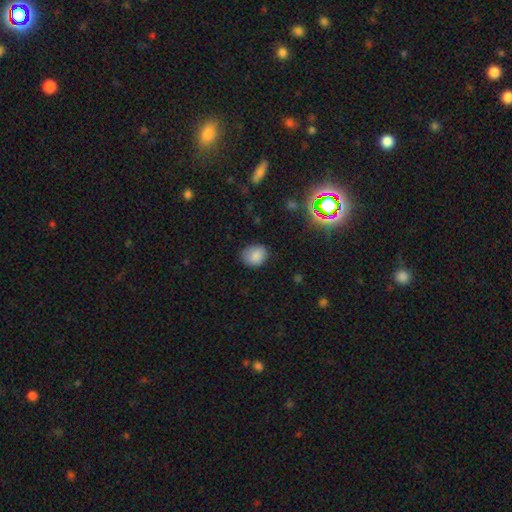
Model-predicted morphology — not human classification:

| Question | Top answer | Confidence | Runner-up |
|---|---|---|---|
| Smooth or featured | smooth | 83% | star or artifact (11%) |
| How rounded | round | 52% | in between (47%) |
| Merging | none | 76% | minor disturbance (18%) |